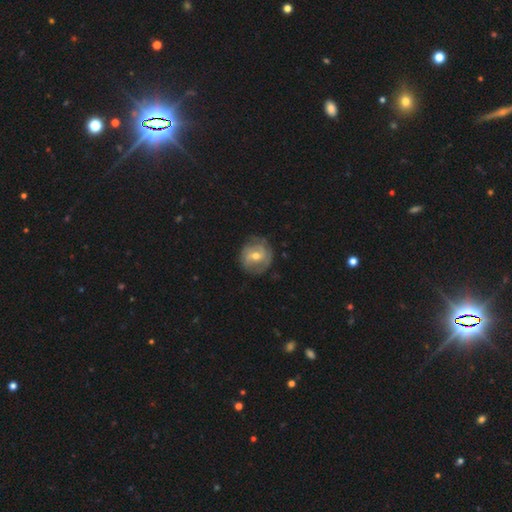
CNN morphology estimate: This appears to be a featured or disk galaxy (64%) with a weak bar (45%), spiral arms (78%) and a moderate central bulge (68%). Merging: none (73%).